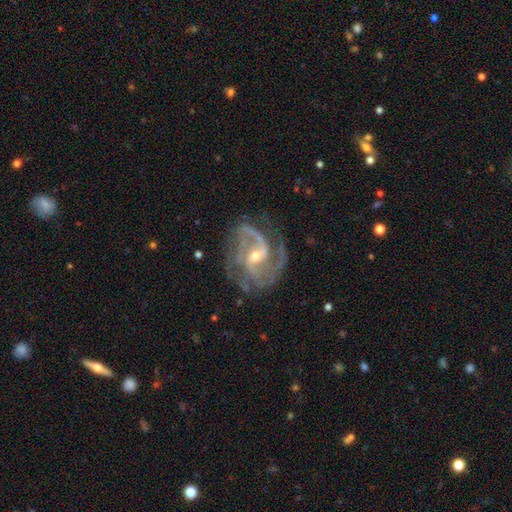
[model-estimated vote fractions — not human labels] smooth-or-featured: featured or disk: 88% | star or artifact: 8% | smooth: 4%
  disk-edge-on: no: 97% | yes: 3%
    bar: weak: 46% | no: 29% | strong: 25%
    has-spiral-arms: yes: 98% | no: 2%
      spiral-winding: medium: 49% | tight: 38% | loose: 14%
      spiral-arm-count: 2: 47% | 3: 24% | can't tell: 12% | 4: 6% | 1: 6% | more than 4: 5%
    bulge-size: small: 52% | moderate: 44% | large: 2% | none: 1% | dominant: 1%
  merging: none: 72% | minor disturbance: 16% | major disturbance: 10% | merger: 2%